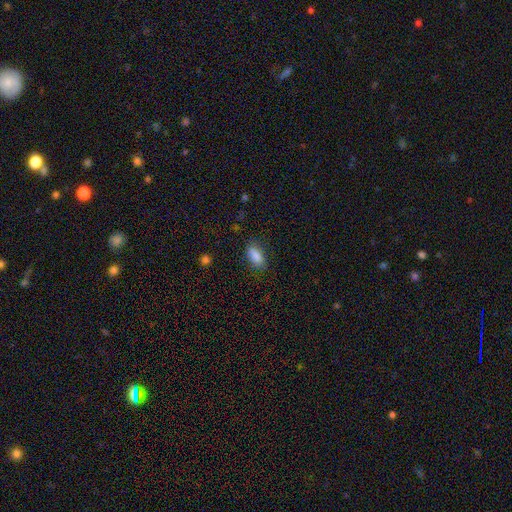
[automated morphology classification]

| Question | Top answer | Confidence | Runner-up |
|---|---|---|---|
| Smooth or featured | smooth | 86% | star or artifact (8%) |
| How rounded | in between | 88% | cigar-shaped (9%) |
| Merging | none | 80% | minor disturbance (14%) |